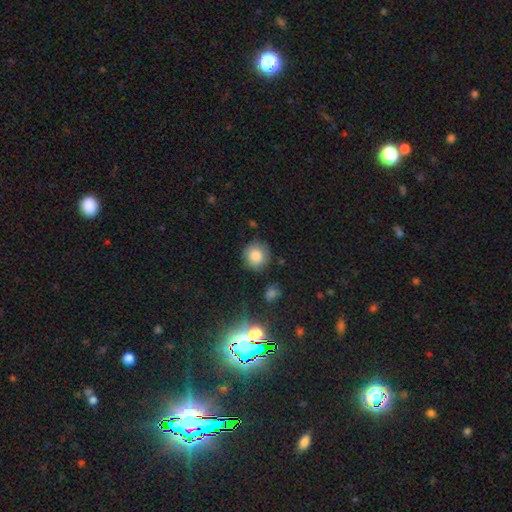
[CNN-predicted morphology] The model was most divided on "smooth or featured": smooth: 82%, star or artifact: 11%, featured or disk: 7%. More confident: how rounded — round (89%); merging — none (84%).